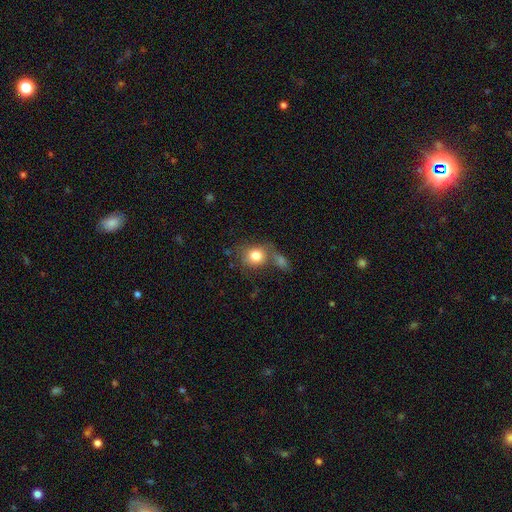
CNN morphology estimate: Smooth or featured? Predicted: smooth (p=0.79). How rounded? Predicted: round (p=0.70). Merging? Predicted: none (p=0.50).